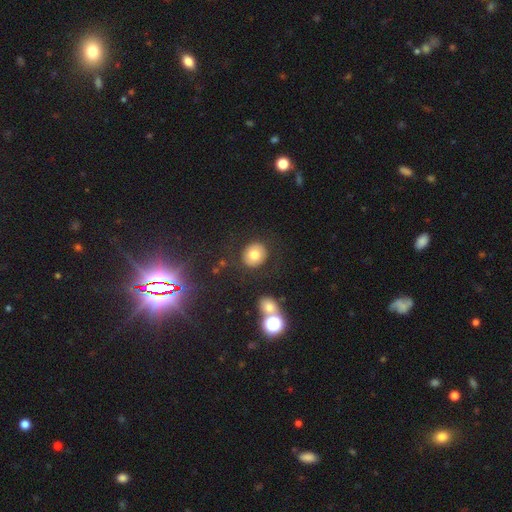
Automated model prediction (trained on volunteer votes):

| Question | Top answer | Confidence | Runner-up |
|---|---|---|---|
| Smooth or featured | smooth | 76% | featured or disk (13%) |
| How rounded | round | 80% | in between (19%) |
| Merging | none | 86% | minor disturbance (8%) |